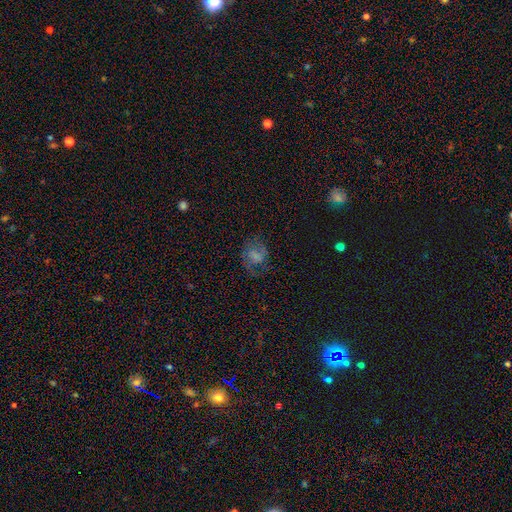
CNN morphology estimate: A featured or disk galaxy (51%) with no bar (55%), spiral arms (78%) and no central bulge (44%).

Vote fractions:
- Smooth or featured? featured or disk: 51% / smooth: 36% / star or artifact: 13%
- Edge-on disk? no: 98% / yes: 2%
- Bar? no: 55% / weak: 36% / strong: 9%
- Spiral arms? yes: 78% / no: 22%
- Bulge size? none: 44% / moderate: 20% / small: 19% / large: 14% / dominant: 3%
- Merging? none: 58% / minor disturbance: 20% / major disturbance: 20% / merger: 2%